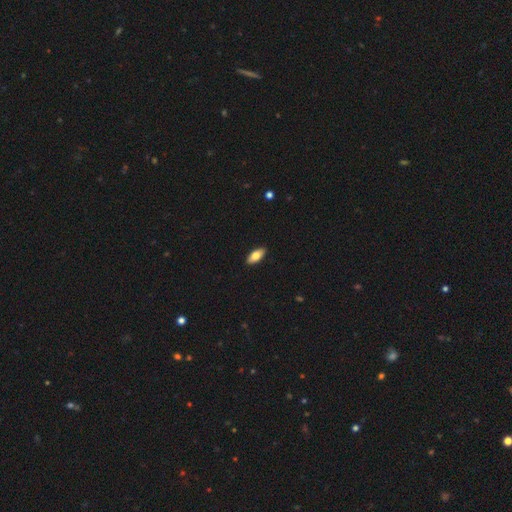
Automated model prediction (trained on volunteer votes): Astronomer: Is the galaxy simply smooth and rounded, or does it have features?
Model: smooth — 76%.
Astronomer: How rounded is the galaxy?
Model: in between — 87%.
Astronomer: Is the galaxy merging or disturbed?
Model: none — 90%.